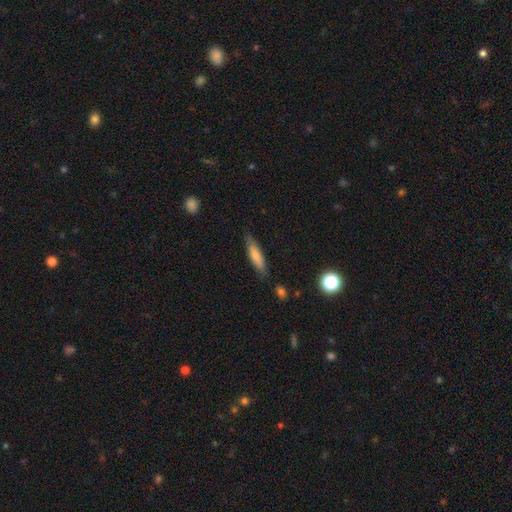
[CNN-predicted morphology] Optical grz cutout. It shows a smooth galaxy with no disk features (74%) that is cigar-shaped (75%). Merging: none (80%).